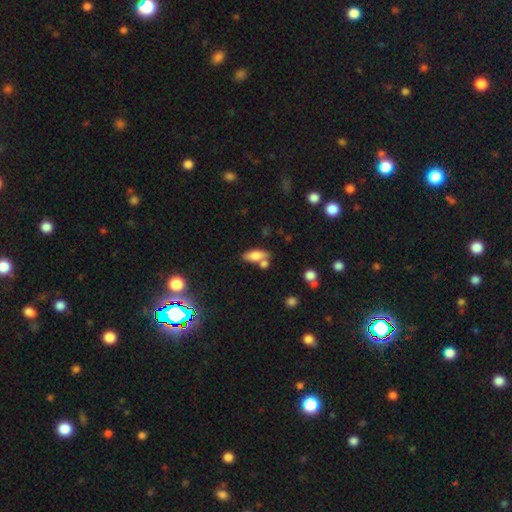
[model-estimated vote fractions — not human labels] This appears to be a smooth galaxy with no disk features (73%) that is in between round and cigar-shaped (74%). Merging: none (59%).